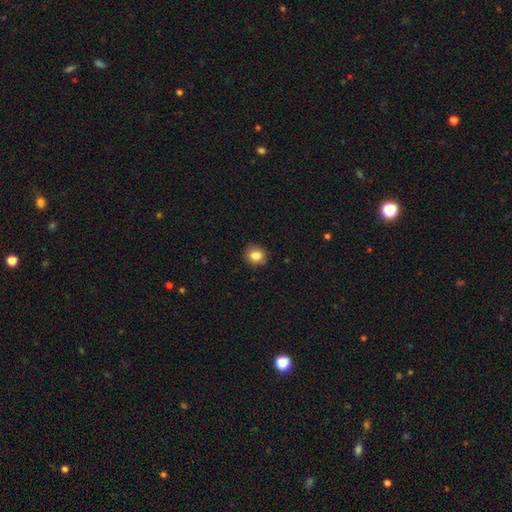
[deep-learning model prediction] Smooth or featured?
  - smooth: 84% *
  - star or artifact: 10%
  - featured or disk: 7%
How rounded?
  - round: 85% *
  - in between: 14%
  - cigar-shaped: 1%
Merging?
  - none: 89% *
  - minor disturbance: 8%
  - major disturbance: 2%
  - merger: 1%